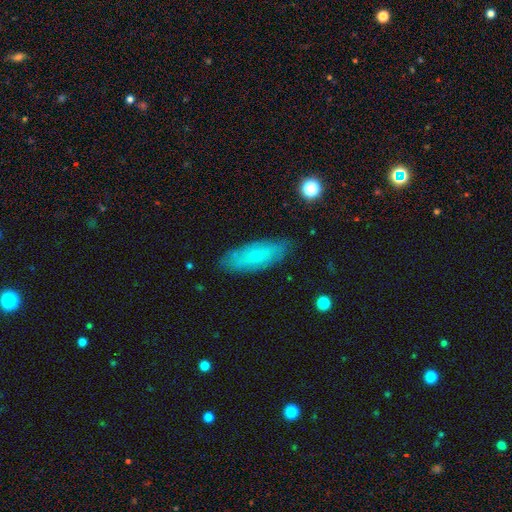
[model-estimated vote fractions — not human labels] Morphology: type=smooth (63%); roundness=in between (66%); merging=none (82%).